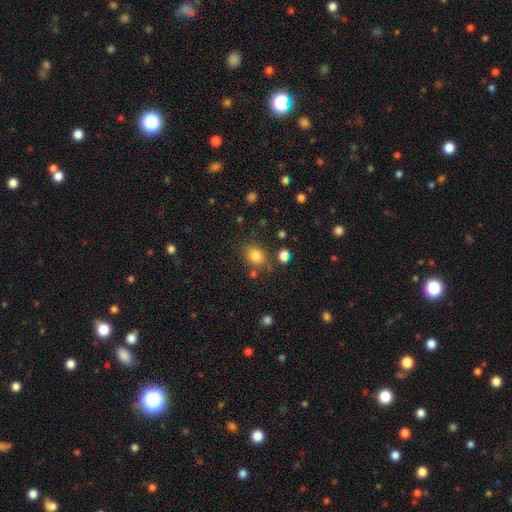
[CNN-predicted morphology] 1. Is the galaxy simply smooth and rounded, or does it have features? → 82% smooth, 11% star or artifact, 6% featured or disk.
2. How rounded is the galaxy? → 54% round, 45% in between, 1% cigar-shaped.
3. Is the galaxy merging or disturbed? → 75% none, 13% minor disturbance, 7% merger, 5% major disturbance.